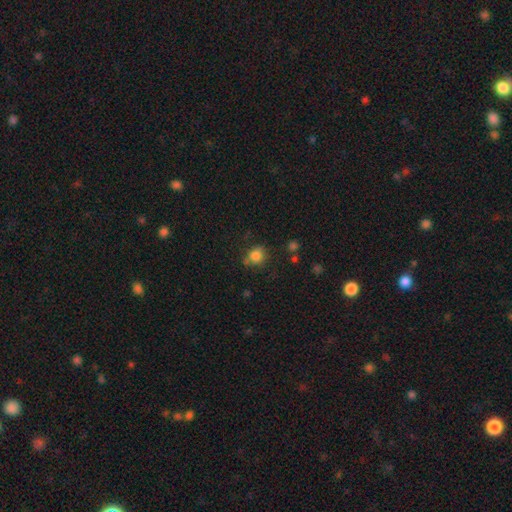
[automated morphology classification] smooth_or_featured: smooth (p=0.82) [alt: star or artifact p=0.12]
how_rounded: round (p=0.81) [alt: in between p=0.18]
merging: none (p=0.70) [alt: minor disturbance p=0.17]